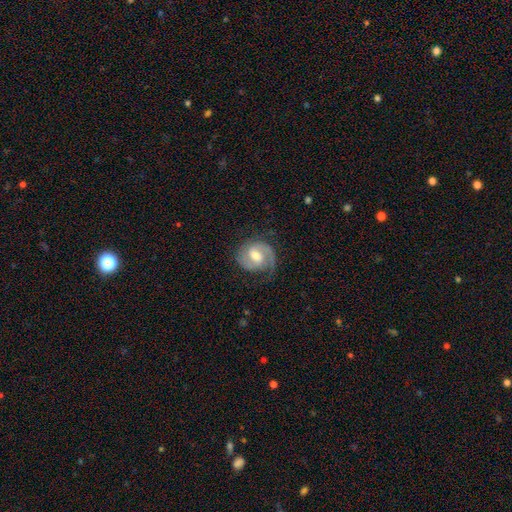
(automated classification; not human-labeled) Smooth or featured: featured or disk — 82% (smooth — 13%)
Edge-on disk: no — 98% (yes — 2%)
Bar: weak — 57% (no — 24%)
Spiral arms: yes — 95% (no — 5%)
Spiral winding: medium — 46% (tight — 39%)
Spiral arm count: 2 — 79% (1 — 12%)
Bulge size: moderate — 69% (small — 18%)
Merging: none — 71% (minor disturbance — 19%)